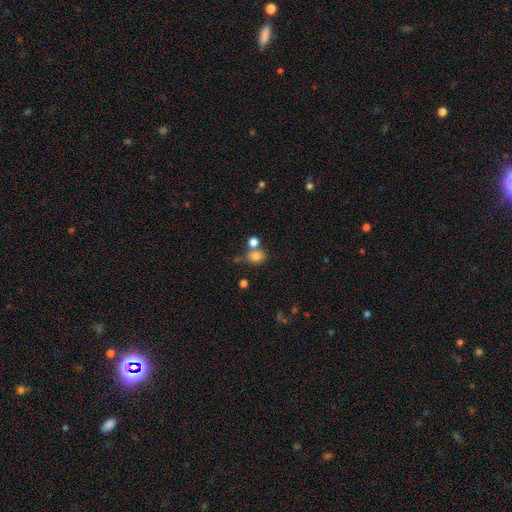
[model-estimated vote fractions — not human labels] This appears to be a smooth galaxy with no disk features (79%) that is round (55%). Merging: none (54%).